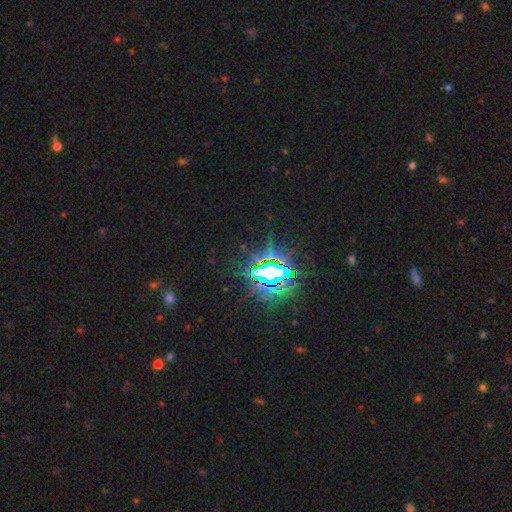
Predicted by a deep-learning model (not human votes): Smooth or featured? star or artifact (82%)